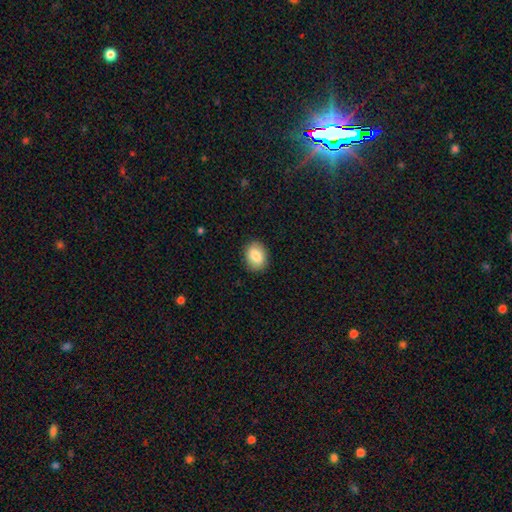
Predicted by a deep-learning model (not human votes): smooth-or-featured: smooth: 85% | featured or disk: 7% | star or artifact: 7%
  how-rounded: in between: 65% | round: 34% | cigar-shaped: 1%
  merging: none: 88% | minor disturbance: 9% | major disturbance: 2% | merger: 1%